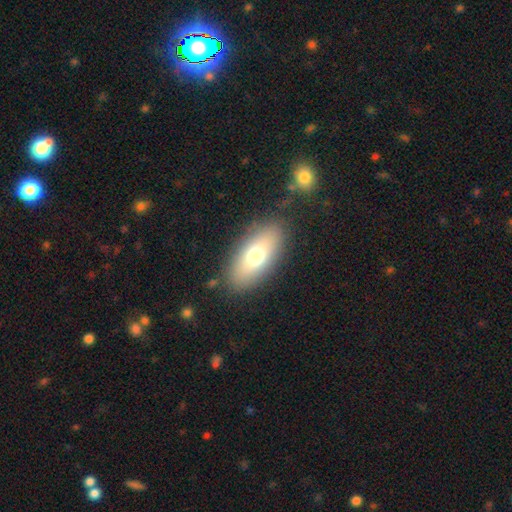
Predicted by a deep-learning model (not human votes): Overall: smooth (70%). How rounded: in between (86%). Merging: none (84%).